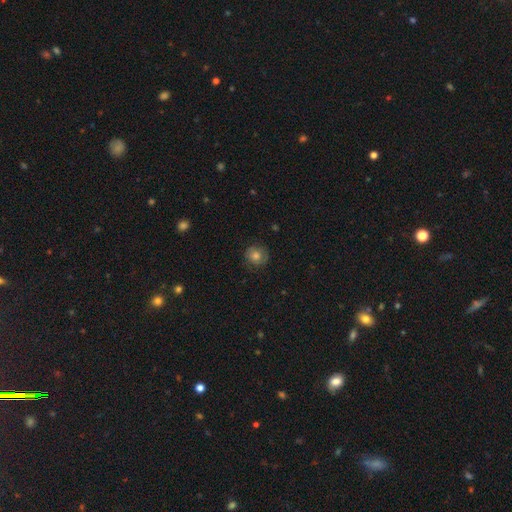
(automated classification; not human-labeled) Morphology: type=smooth (71%); roundness=round (89%); merging=none (81%).